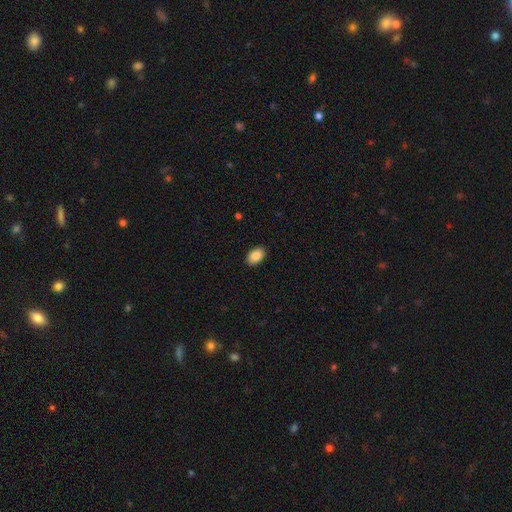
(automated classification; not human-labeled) smooth 87%, star or artifact 7%, featured or disk 6%. Down the decision tree: how rounded — in between (88%); merging — none (90%).